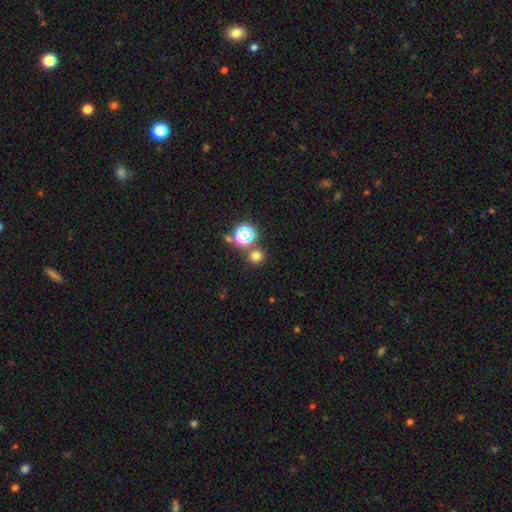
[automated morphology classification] This appears to be a smooth galaxy with no disk features (69%) that is round (90%). Merging: none (79%).